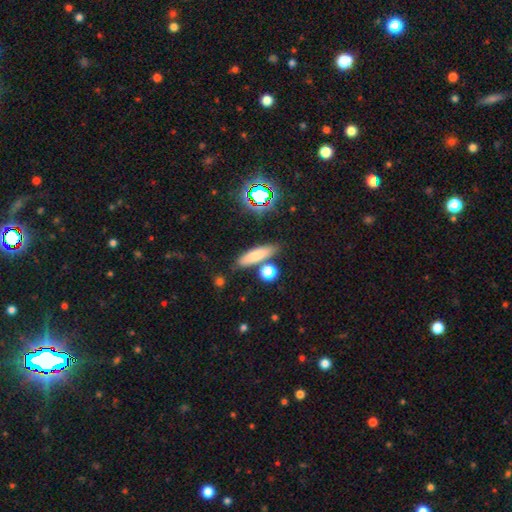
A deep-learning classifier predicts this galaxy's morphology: Smooth or featured? Predicted: smooth (p=0.74). How rounded? Predicted: cigar-shaped (p=0.61). Merging? Predicted: none (p=0.78).